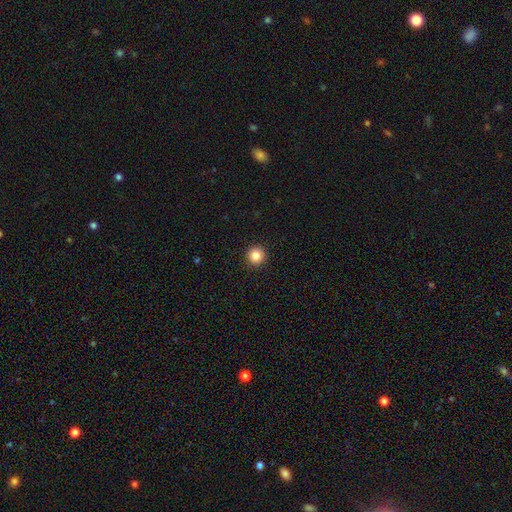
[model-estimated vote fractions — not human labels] The model was most divided on "smooth or featured": smooth: 84%, star or artifact: 11%, featured or disk: 6%. More confident: how rounded — round (96%); merging — none (94%).